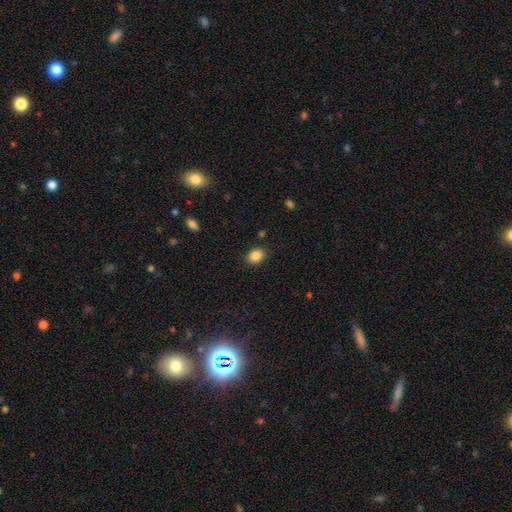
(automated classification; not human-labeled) A smooth galaxy with no disk features (86%) that is in between round and cigar-shaped (63%). Merging: none (87%).